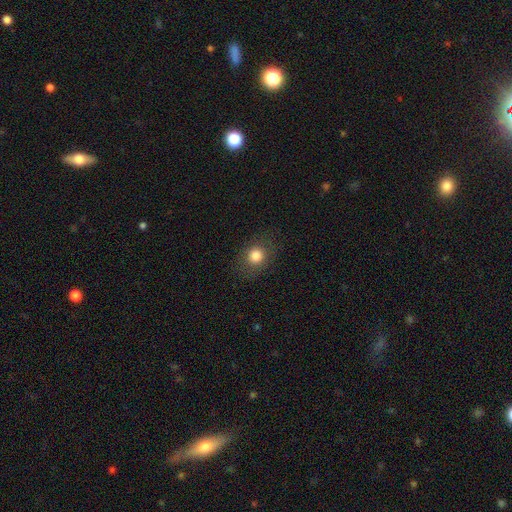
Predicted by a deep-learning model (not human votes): smooth_or_featured: smooth (p=0.82) [alt: star or artifact p=0.11]
how_rounded: round (p=0.71) [alt: in between p=0.28]
merging: none (p=0.84) [alt: minor disturbance p=0.11]